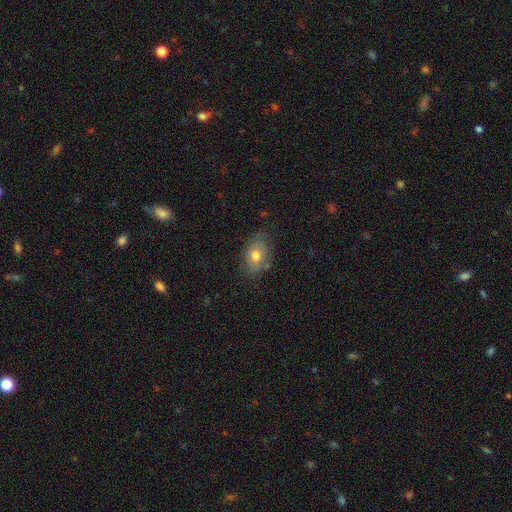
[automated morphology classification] Q: Smooth or featured?
A: smooth (72%); runner-up: featured or disk (19%)
Q: How rounded?
A: in between (79%); runner-up: round (19%)
Q: Merging?
A: none (69%); runner-up: minor disturbance (23%)